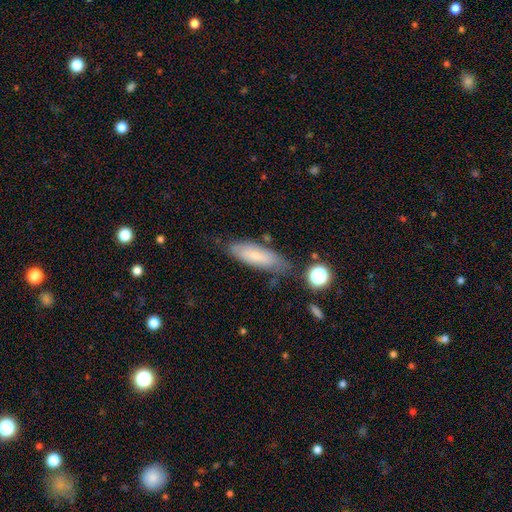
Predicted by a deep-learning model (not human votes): Overall: smooth (67%). How rounded: in between (56%; cigar-shaped 42%). Merging: none (67%).